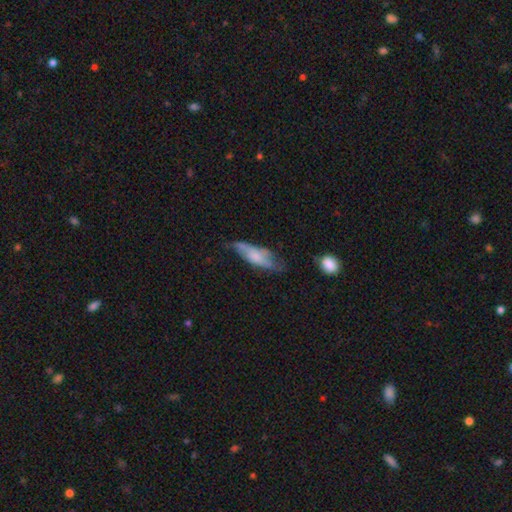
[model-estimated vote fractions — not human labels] Smooth or featured?
  - smooth: 54% *
  - featured or disk: 39%
  - star or artifact: 7%
How rounded?
  - in between: 58% *
  - cigar-shaped: 39%
  - round: 3%
Merging?
  - none: 46% *
  - minor disturbance: 34%
  - major disturbance: 16%
  - merger: 4%